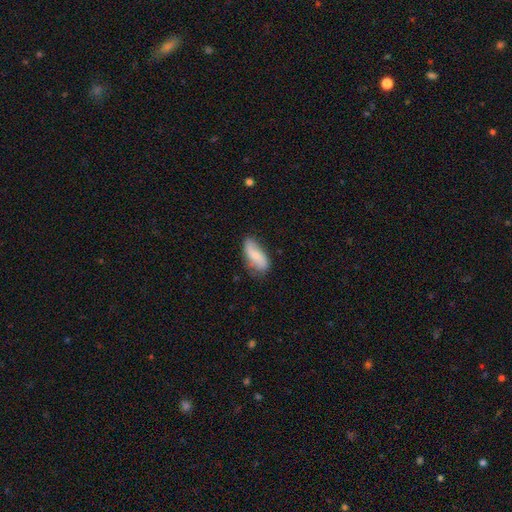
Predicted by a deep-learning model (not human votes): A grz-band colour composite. It shows a smooth galaxy with no disk features (63%) that is in between round and cigar-shaped (84%). Merging: none (61%).